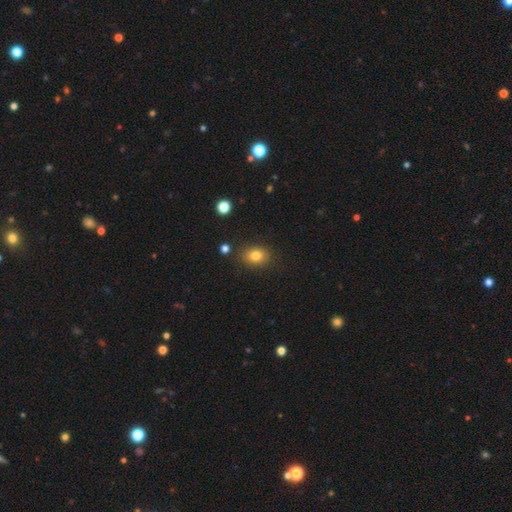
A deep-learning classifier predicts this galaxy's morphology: Smooth or featured? smooth (81%)
How rounded? in between (66%)
Merging? none (83%)